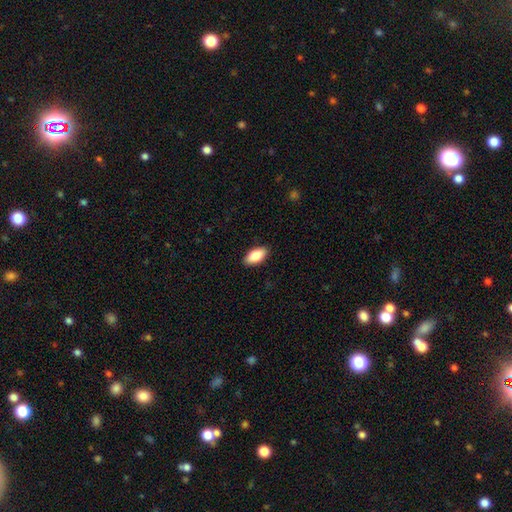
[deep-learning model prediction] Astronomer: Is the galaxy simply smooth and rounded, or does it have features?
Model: smooth — 85%.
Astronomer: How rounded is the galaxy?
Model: in between — 92%.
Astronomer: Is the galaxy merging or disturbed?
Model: none — 89%.